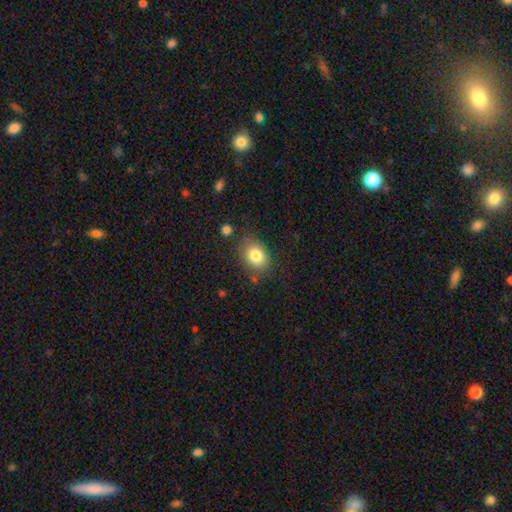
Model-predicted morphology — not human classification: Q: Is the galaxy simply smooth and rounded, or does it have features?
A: smooth — 81%.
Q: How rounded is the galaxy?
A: in between — 67%.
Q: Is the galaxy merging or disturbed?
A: none — 76%.